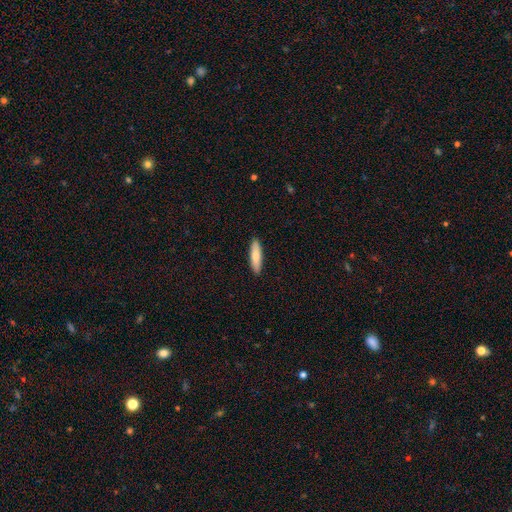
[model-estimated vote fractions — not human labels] smooth_or_featured: smooth (p=0.78) [alt: featured or disk p=0.16]
how_rounded: cigar-shaped (p=0.68) [alt: in between p=0.30]
merging: none (p=0.91) [alt: minor disturbance p=0.07]